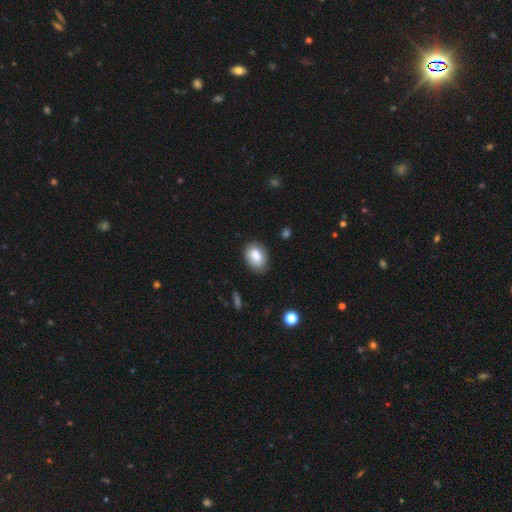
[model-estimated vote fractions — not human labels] smooth_or_featured: smooth (p=0.83) [alt: featured or disk p=0.09]
how_rounded: in between (p=0.77) [alt: round p=0.22]
merging: none (p=0.79) [alt: minor disturbance p=0.17]